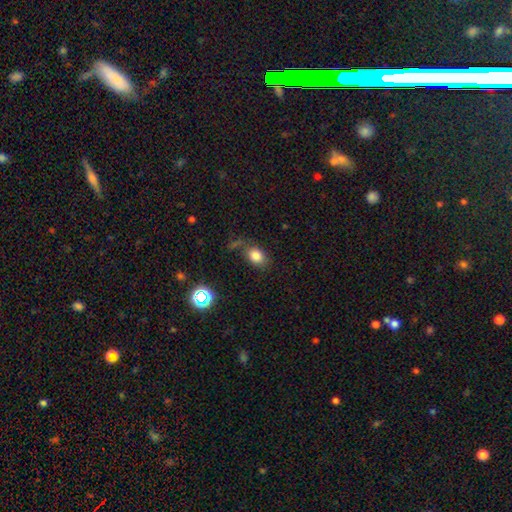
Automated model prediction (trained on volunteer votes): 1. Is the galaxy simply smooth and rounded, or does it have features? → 80% smooth, 12% star or artifact, 8% featured or disk.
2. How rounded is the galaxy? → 69% in between, 29% round, 2% cigar-shaped.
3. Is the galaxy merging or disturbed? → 64% none, 19% minor disturbance, 10% major disturbance, 7% merger.